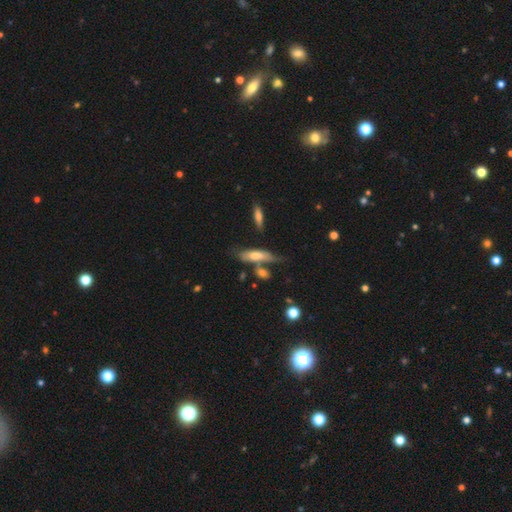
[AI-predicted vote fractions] smooth 62%, featured or disk 30%, star or artifact 7%. Down the decision tree: how rounded — cigar-shaped (50%); merging — none (46%).